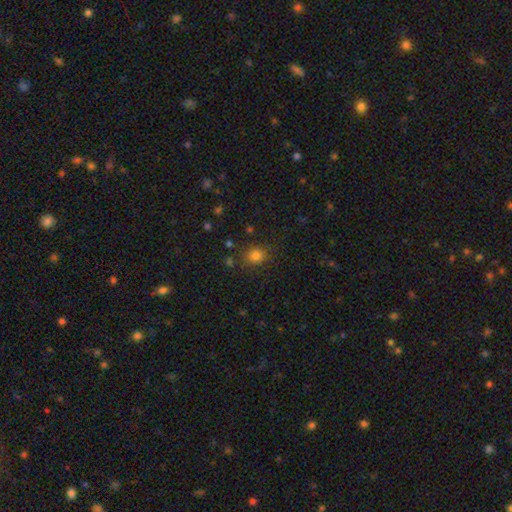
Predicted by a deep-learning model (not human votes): smooth 79%, star or artifact 15%, featured or disk 6%. Down the decision tree: how rounded — round (73%); merging — none (82%).